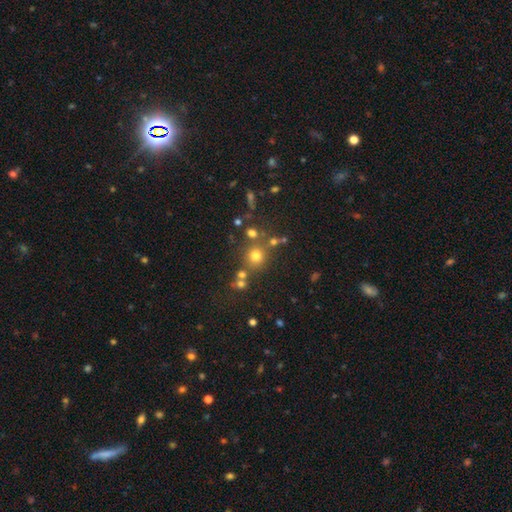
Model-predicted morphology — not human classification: The model was most divided on "smooth or featured": smooth: 68%, star or artifact: 22%, featured or disk: 10%. More confident: how rounded — round (88%); merging — none (72%).